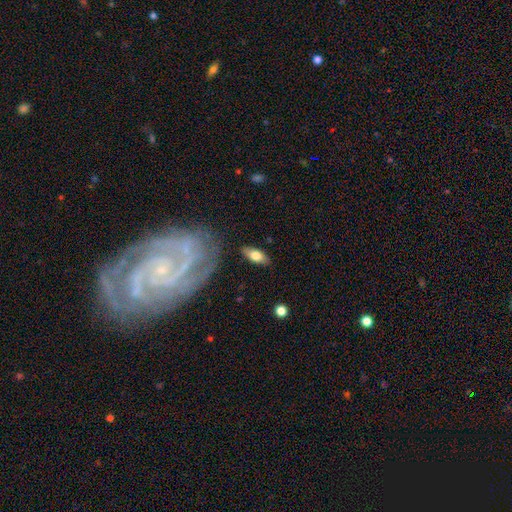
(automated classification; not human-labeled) Morphology: type=smooth (67%); roundness=in between (81%); merging=none (84%).